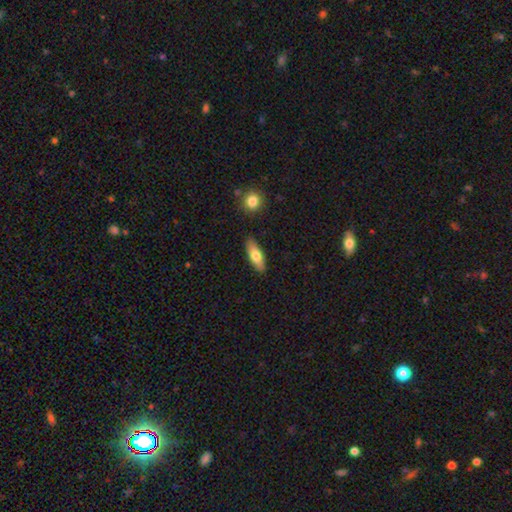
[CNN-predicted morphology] A smooth galaxy with no disk features (72%) that is in between round and cigar-shaped (64%). Merging: none (87%).